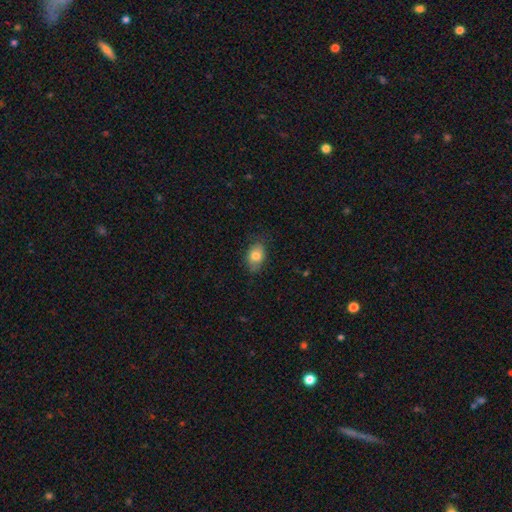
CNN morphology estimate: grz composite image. It shows a smooth galaxy with no disk features (79%) that is in between round and cigar-shaped (83%). Merging: none (75%).